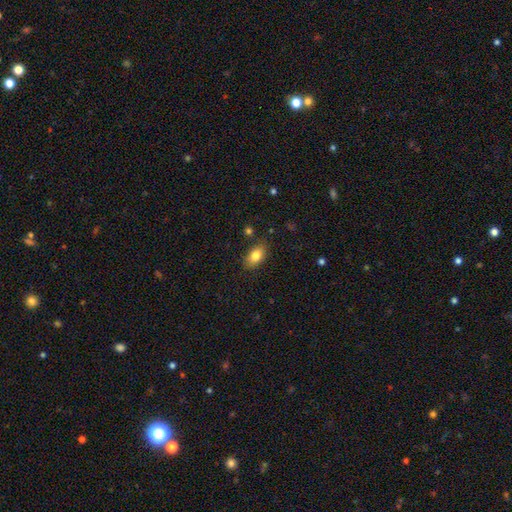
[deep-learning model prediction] A smooth galaxy with no disk features (82%) that is in between round and cigar-shaped (87%).

Vote fractions:
- Smooth or featured? smooth: 82% / featured or disk: 9% / star or artifact: 9%
- How rounded? in between: 87% / round: 9% / cigar-shaped: 3%
- Merging? none: 83% / minor disturbance: 12% / major disturbance: 3% / merger: 2%